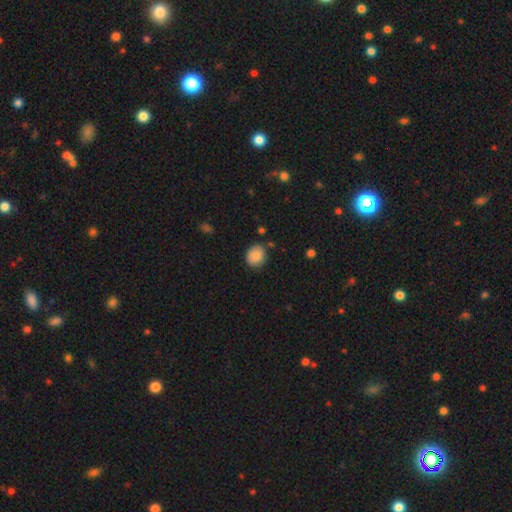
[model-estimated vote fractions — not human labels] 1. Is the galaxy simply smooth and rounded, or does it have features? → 84% smooth, 8% star or artifact, 8% featured or disk.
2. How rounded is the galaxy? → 71% round, 29% in between, 1% cigar-shaped.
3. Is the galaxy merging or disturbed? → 79% none, 16% minor disturbance, 3% major disturbance, 3% merger.